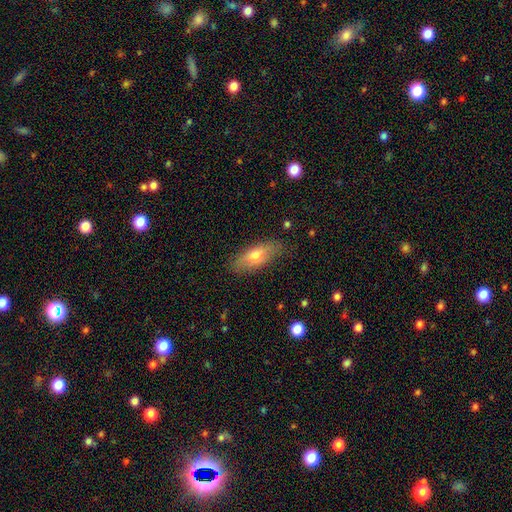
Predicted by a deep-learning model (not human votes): A smooth galaxy with no disk features (66%) that is in between round and cigar-shaped (73%). Merging: none (81%).